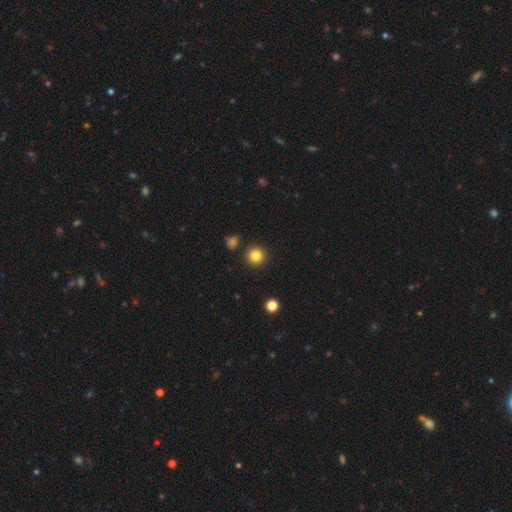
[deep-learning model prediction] smooth 83%, star or artifact 12%, featured or disk 5%. Down the decision tree: how rounded — round (95%); merging — none (91%).